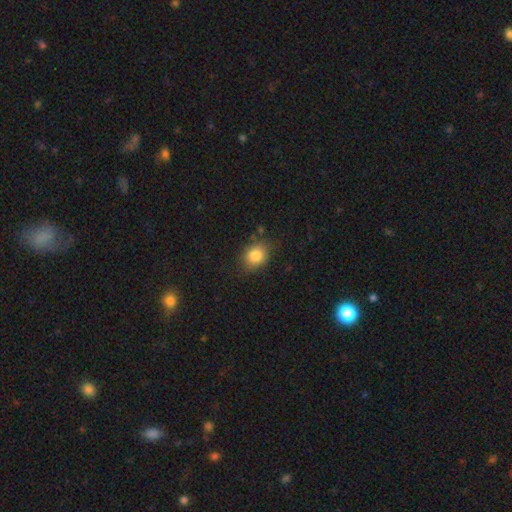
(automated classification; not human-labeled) The model was most divided on "how rounded": round: 55%, in between: 44%, cigar-shaped: 1%. More confident: smooth or featured — smooth (83%); merging — none (78%).